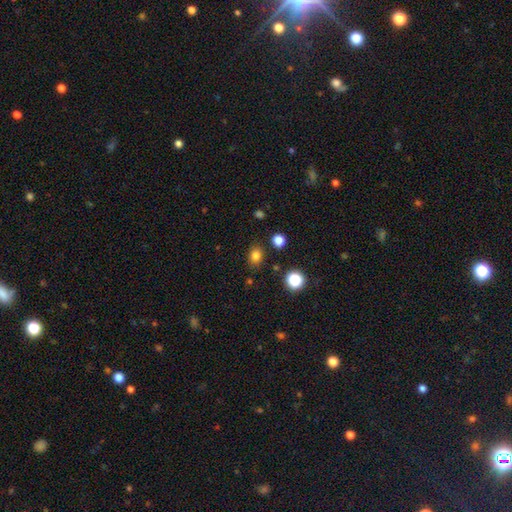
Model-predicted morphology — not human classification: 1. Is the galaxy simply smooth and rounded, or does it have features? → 80% smooth, 15% star or artifact, 5% featured or disk.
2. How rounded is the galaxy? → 52% in between, 47% round, 1% cigar-shaped.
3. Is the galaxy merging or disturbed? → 84% none, 10% minor disturbance, 3% merger, 3% major disturbance.